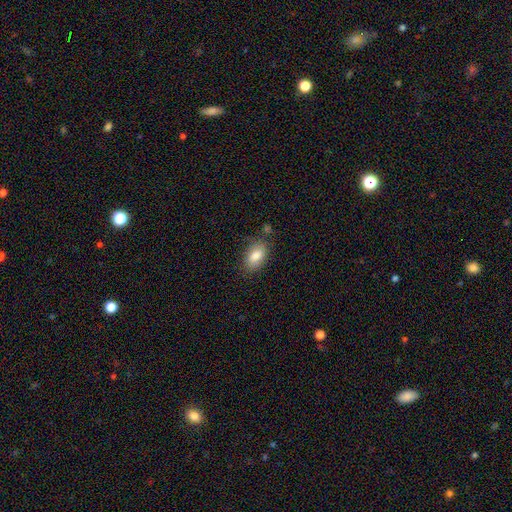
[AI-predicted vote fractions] smooth 83%, featured or disk 9%, star or artifact 7%. Down the decision tree: how rounded — in between (90%); merging — none (75%).